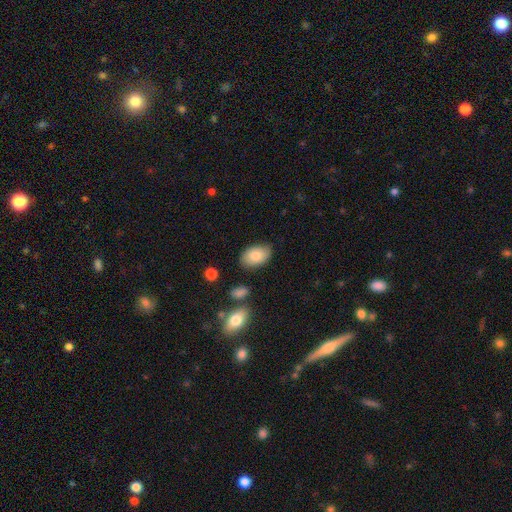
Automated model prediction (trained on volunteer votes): This appears to be a smooth galaxy with no disk features (82%) that is in between round and cigar-shaped (90%). Merging: none (81%).